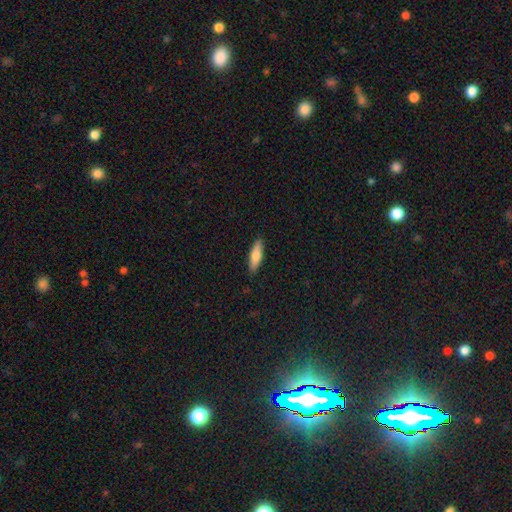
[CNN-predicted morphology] A smooth galaxy with no disk features (68%) that is cigar-shaped (62%).

Vote fractions:
- Smooth or featured? smooth: 68% / featured or disk: 26% / star or artifact: 6%
- How rounded? cigar-shaped: 62% / in between: 36% / round: 2%
- Merging? none: 88% / minor disturbance: 9% / major disturbance: 2% / merger: 1%